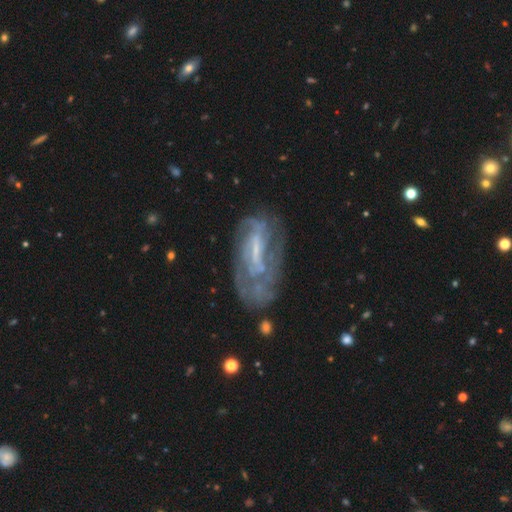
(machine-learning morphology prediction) This appears to be a featured or disk galaxy (73%) with a weak bar (40%), spiral arms (69%) and a small central bulge (41%). Merging: none (56%).